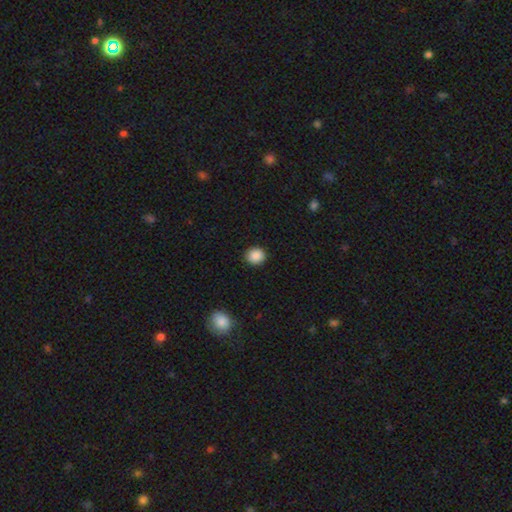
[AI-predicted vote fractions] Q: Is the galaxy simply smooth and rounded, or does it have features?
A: smooth — 88%.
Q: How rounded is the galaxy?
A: round — 87%.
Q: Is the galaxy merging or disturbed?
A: none — 92%.